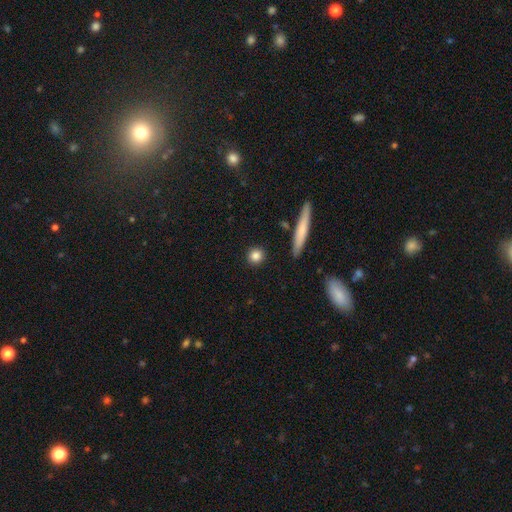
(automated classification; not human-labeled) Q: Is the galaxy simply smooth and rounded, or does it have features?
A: smooth — 84%.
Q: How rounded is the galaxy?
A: round — 86%.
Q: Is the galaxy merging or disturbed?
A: none — 90%.